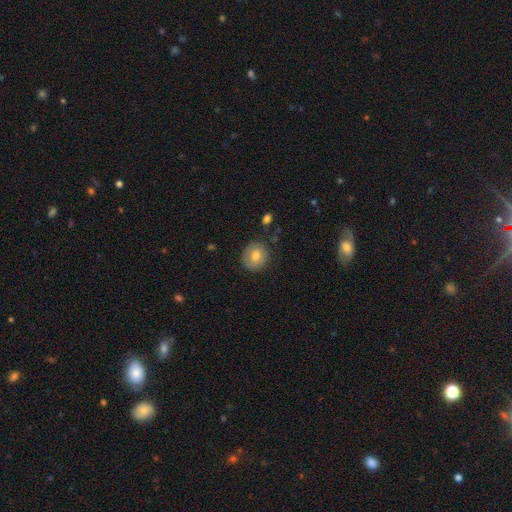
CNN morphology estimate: smooth-or-featured: smooth: 72% | featured or disk: 19% | star or artifact: 10%
  how-rounded: round: 85% | in between: 14% | cigar-shaped: 1%
  merging: none: 83% | minor disturbance: 12% | major disturbance: 3% | merger: 2%